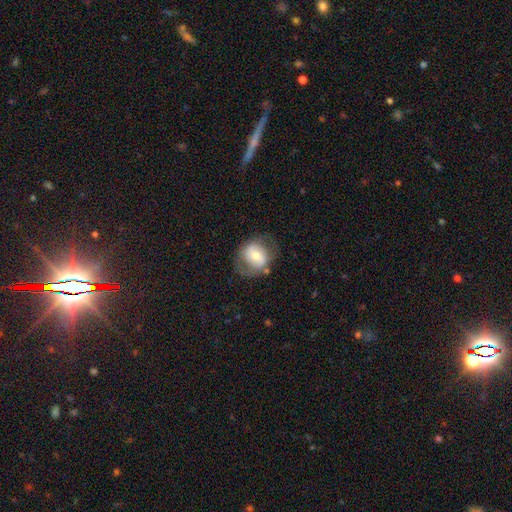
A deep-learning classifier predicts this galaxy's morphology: A smooth galaxy with no disk features (53%) that is round (63%). Merging: none (62%).